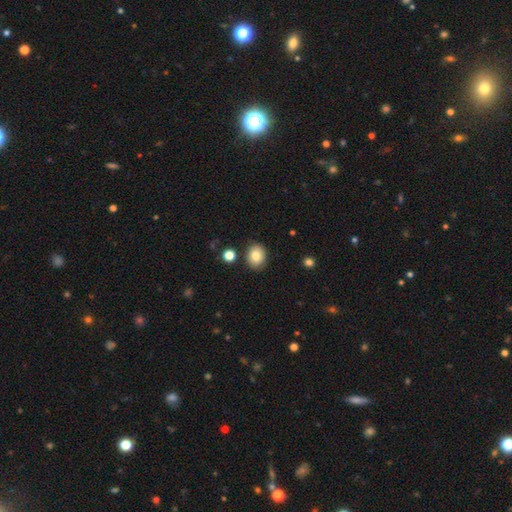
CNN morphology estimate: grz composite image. It shows a smooth galaxy with no disk features (82%) that is round (56%). Merging: none (86%).